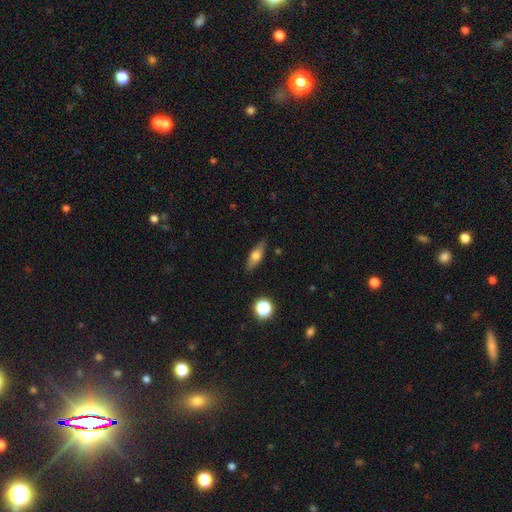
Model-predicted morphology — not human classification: The model was most divided on "how rounded": in between: 59%, cigar-shaped: 37%, round: 4%. More confident: merging — none (85%); smooth or featured — smooth (63%).